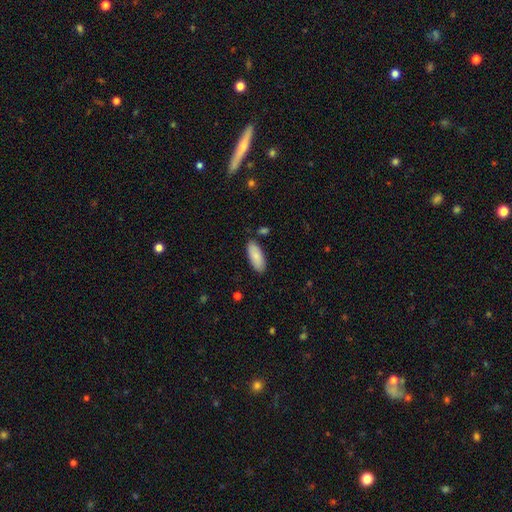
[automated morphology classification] Overall: smooth (85%). How rounded: in between (84%). Merging: none (84%).